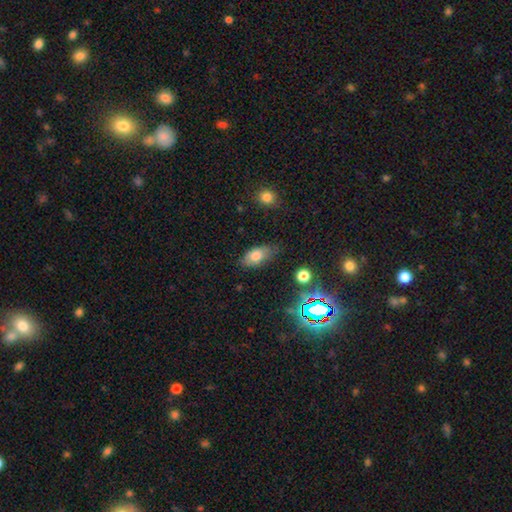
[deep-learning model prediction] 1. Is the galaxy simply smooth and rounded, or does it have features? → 75% smooth, 14% featured or disk, 11% star or artifact.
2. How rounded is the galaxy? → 88% in between, 6% cigar-shaped, 6% round.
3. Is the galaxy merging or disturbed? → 69% none, 23% minor disturbance, 5% major disturbance, 2% merger.